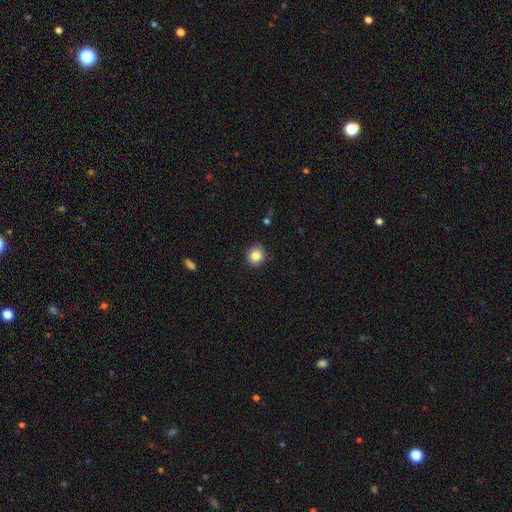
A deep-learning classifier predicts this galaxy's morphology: Smooth or featured? smooth (85%)
How rounded? round (90%)
Merging? none (88%)